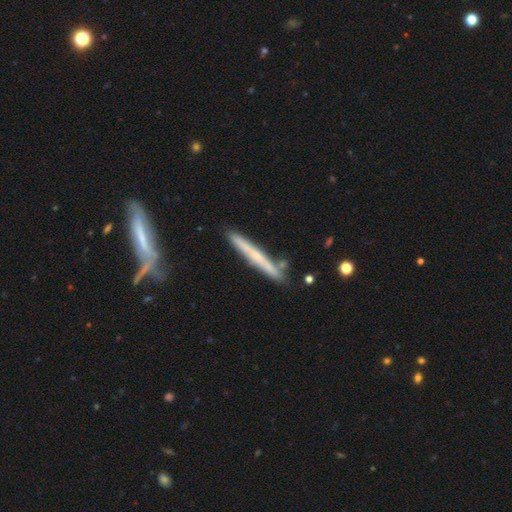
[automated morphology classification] Q: Smooth or featured?
A: featured or disk (48%); runner-up: smooth (46%)
Q: Merging?
A: none (81%); runner-up: minor disturbance (11%)